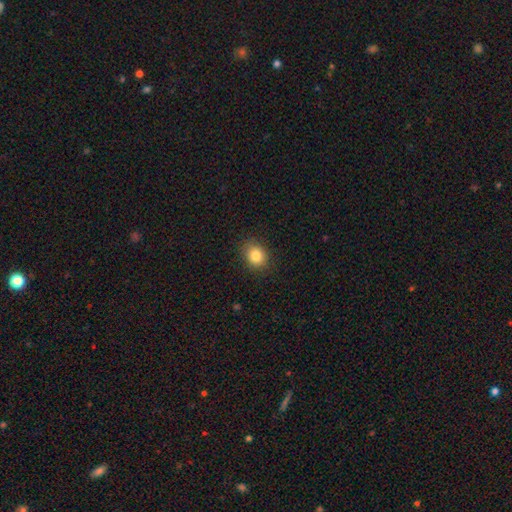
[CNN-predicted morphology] The model was most divided on "how rounded": round: 60%, in between: 39%, cigar-shaped: 1%. More confident: merging — none (86%); smooth or featured — smooth (83%).